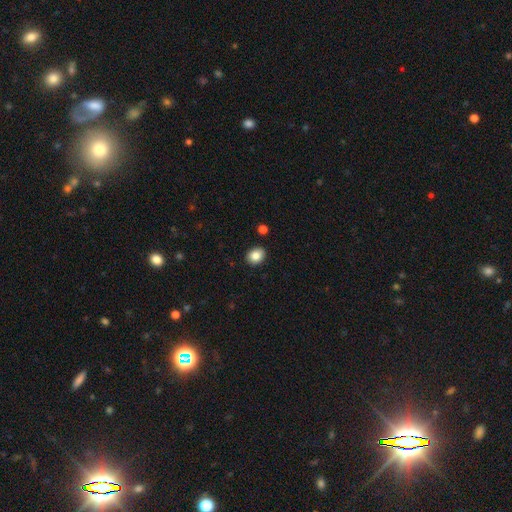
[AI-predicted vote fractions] Smooth or featured? Predicted: smooth (p=0.85). How rounded? Predicted: round (p=0.55). Merging? Predicted: none (p=0.89).